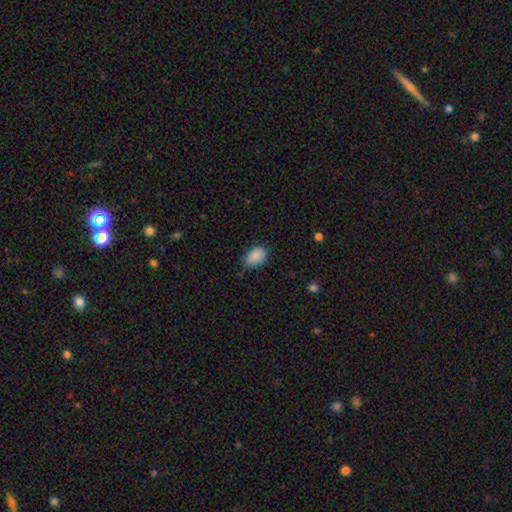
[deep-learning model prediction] Smooth or featured? smooth (88%)
How rounded? in between (83%)
Merging? none (72%)